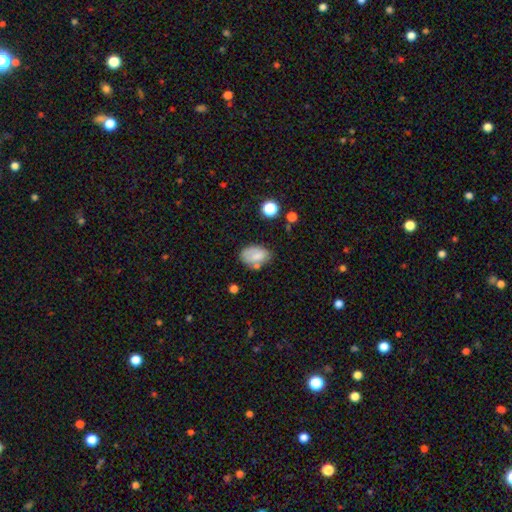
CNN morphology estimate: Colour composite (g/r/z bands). It shows a smooth galaxy with no disk features (72%) that is in between round and cigar-shaped (88%). Merging: none (58%).